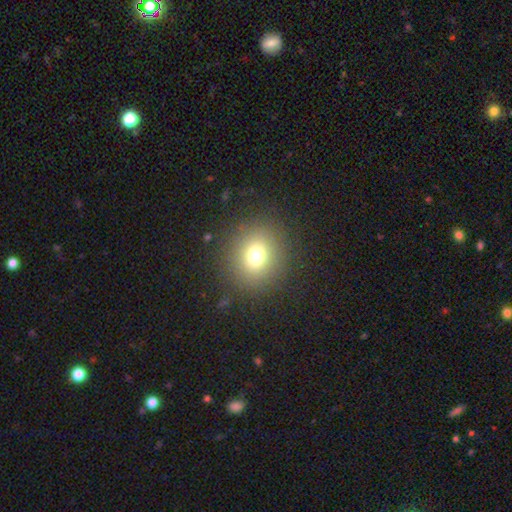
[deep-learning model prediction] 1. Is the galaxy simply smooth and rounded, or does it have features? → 72% smooth, 17% star or artifact, 11% featured or disk.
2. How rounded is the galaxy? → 83% round, 16% in between, 1% cigar-shaped.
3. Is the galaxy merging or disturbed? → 88% none, 7% minor disturbance, 4% major disturbance, 1% merger.